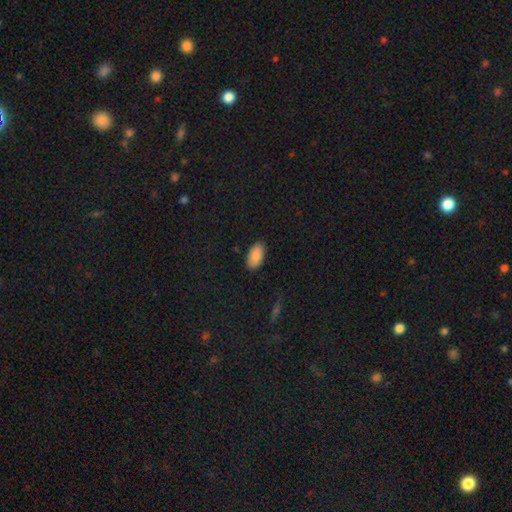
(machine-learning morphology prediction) A smooth galaxy with no disk features (89%) that is in between round and cigar-shaped (95%). Merging: none (86%).